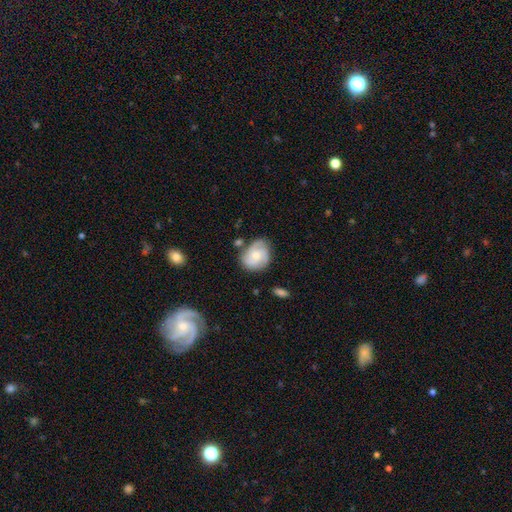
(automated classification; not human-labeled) The model was most divided on "spiral winding": tight: 45%, medium: 41%, loose: 13%. Remaining: edge-on disk — no (97%); spiral arms — yes (89%); bar — no (72%); merging — none (67%); smooth or featured — featured or disk (60%); bulge size — moderate (52%); spiral arm count — 3 (43%).